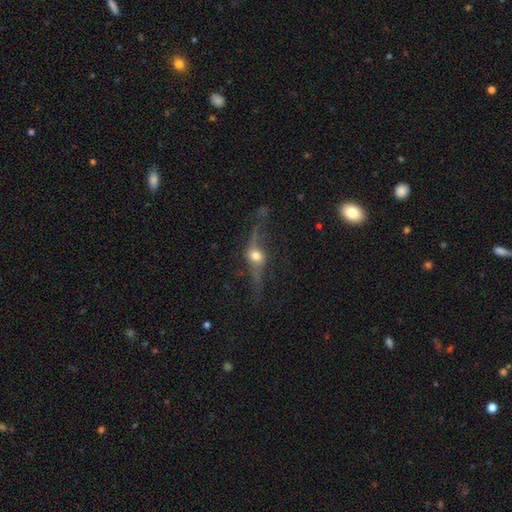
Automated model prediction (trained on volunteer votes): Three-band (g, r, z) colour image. It shows a featured or disk galaxy (66%) viewed edge-on (62%). Merging: none (54%).